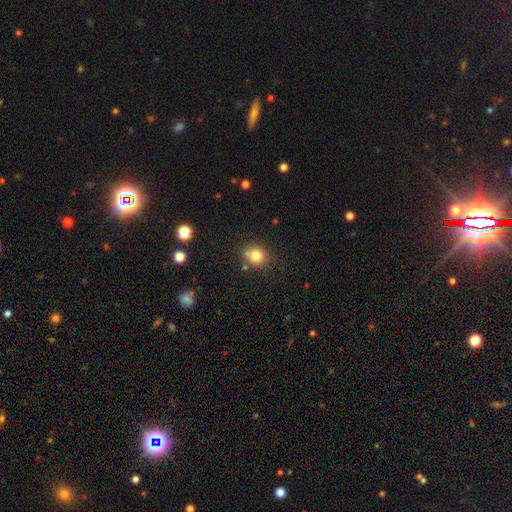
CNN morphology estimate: Smooth or featured: smooth — 80% (star or artifact — 12%)
How rounded: round — 80% (in between — 19%)
Merging: none — 69% (minor disturbance — 14%)